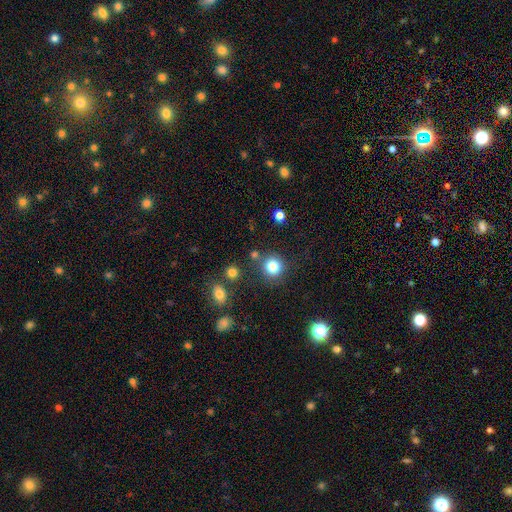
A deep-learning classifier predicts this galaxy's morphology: Smooth or featured?
  - smooth: 76% *
  - star or artifact: 18%
  - featured or disk: 6%
How rounded?
  - round: 92% *
  - in between: 7%
  - cigar-shaped: 1%
Merging?
  - none: 83% *
  - minor disturbance: 8%
  - merger: 6%
  - major disturbance: 3%